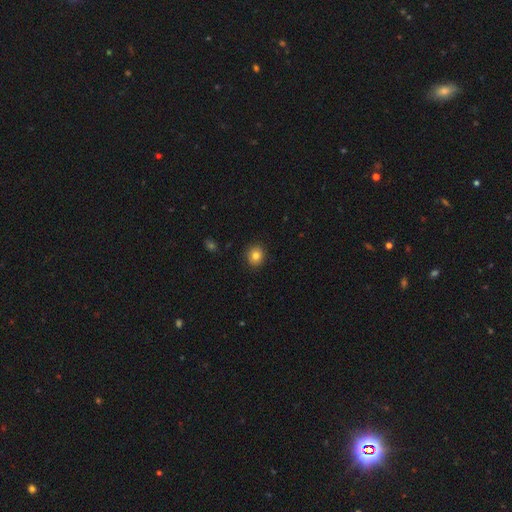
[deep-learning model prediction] Overall: smooth (82%). How rounded: round (81%). Merging: none (90%).